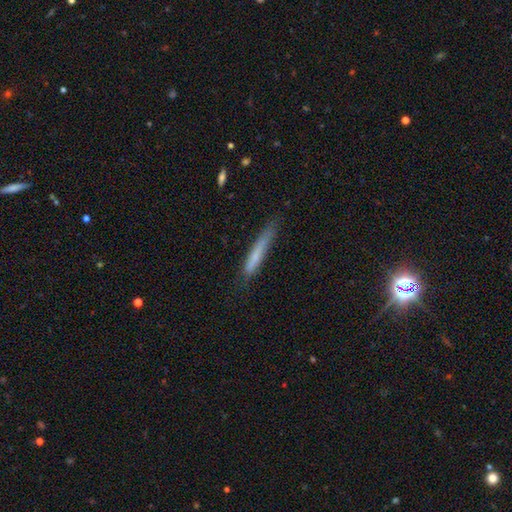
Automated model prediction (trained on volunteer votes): smooth 67%, featured or disk 26%, star or artifact 7%. Down the decision tree: how rounded — cigar-shaped (94%); merging — none (69%).